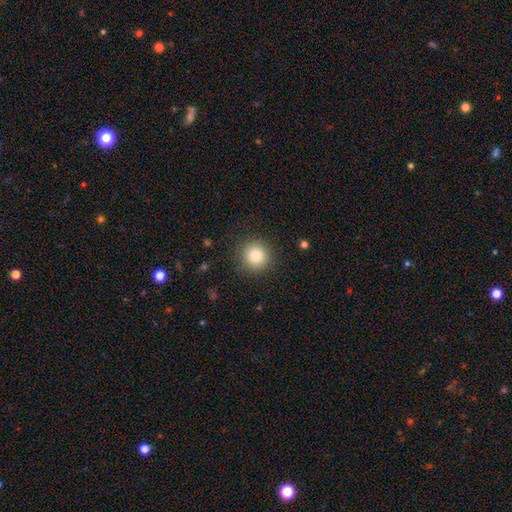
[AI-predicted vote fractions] smooth-or-featured: smooth: 82% | star or artifact: 11% | featured or disk: 7%
  how-rounded: round: 94% | in between: 5% | cigar-shaped: 1%
  merging: none: 89% | minor disturbance: 7% | major disturbance: 3% | merger: 1%